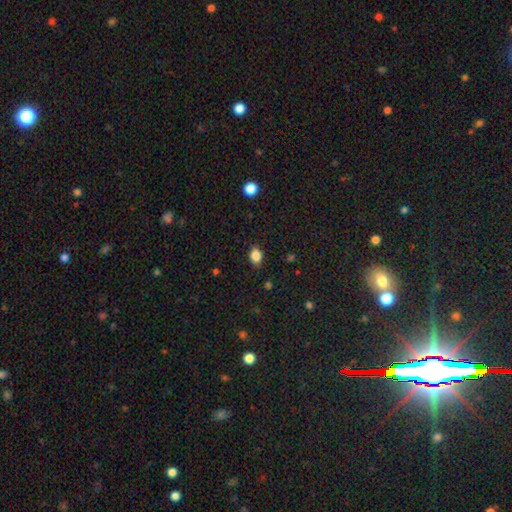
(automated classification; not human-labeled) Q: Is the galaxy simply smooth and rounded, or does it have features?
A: smooth — 86%.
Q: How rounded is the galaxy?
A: in between — 73%.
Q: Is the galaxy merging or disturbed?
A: none — 86%.